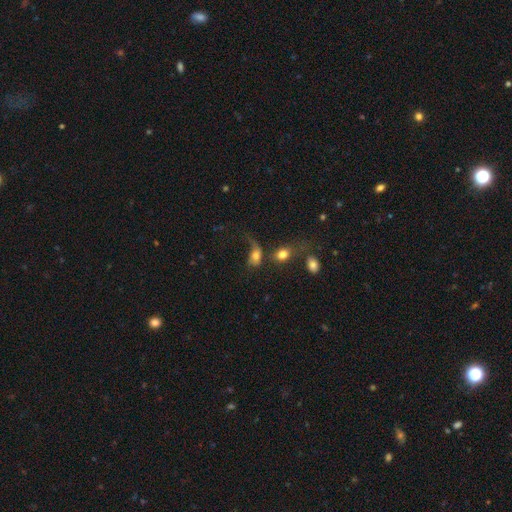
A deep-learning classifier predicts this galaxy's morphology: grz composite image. It shows a smooth galaxy with no disk features (65%) that is in between round and cigar-shaped (74%). Merging: major disturbance (41%).